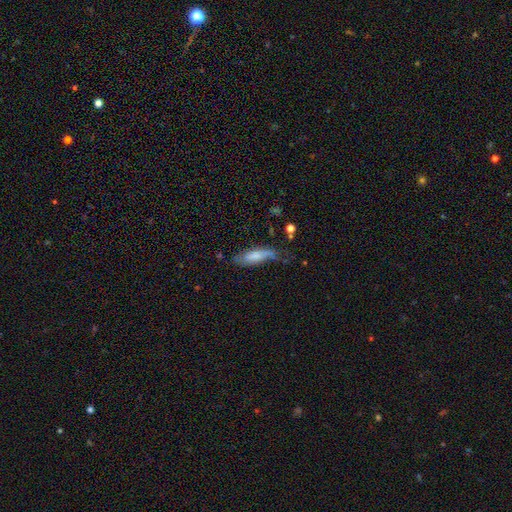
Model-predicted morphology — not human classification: smooth_or_featured: smooth (p=0.65) [alt: featured or disk p=0.28]
how_rounded: in between (p=0.50) [alt: cigar-shaped p=0.48]
merging: none (p=0.45) [alt: minor disturbance p=0.34]